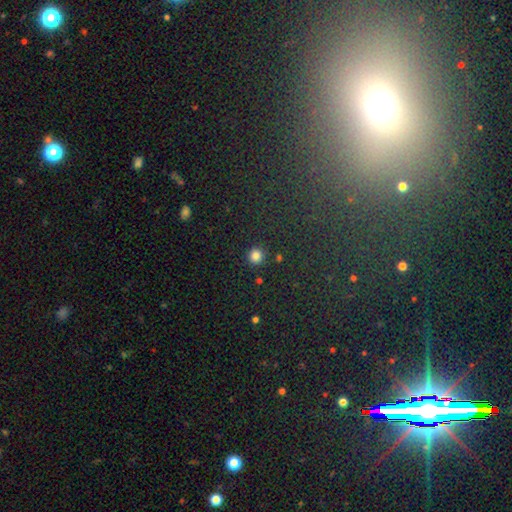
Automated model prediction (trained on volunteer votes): This is clearly a smooth galaxy (82%). How rounded: clearly round (94%). Merging: clearly none (91%).